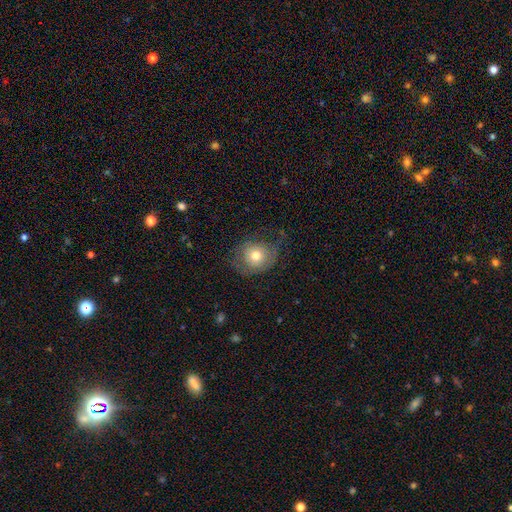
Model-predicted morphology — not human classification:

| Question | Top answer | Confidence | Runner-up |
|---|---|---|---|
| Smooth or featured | smooth | 67% | featured or disk (24%) |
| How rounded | round | 76% | in between (23%) |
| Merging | none | 58% | minor disturbance (23%) |